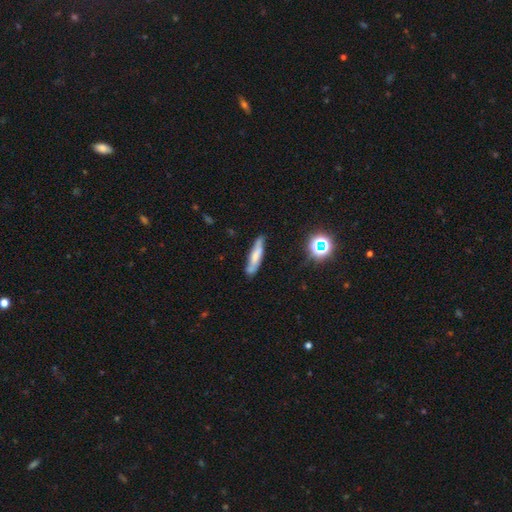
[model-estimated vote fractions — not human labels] Smooth or featured? smooth (53%)
How rounded? cigar-shaped (80%)
Merging? none (74%)